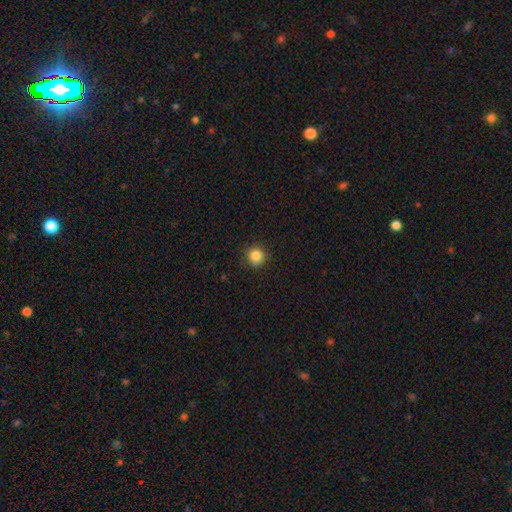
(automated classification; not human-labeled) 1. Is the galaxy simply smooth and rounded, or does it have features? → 85% smooth, 11% star or artifact, 4% featured or disk.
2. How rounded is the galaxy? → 92% round, 7% in between, 1% cigar-shaped.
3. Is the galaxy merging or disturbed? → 87% none, 9% minor disturbance, 2% major disturbance, 1% merger.